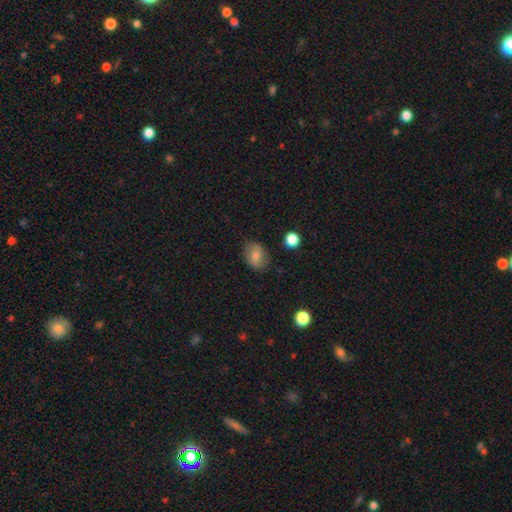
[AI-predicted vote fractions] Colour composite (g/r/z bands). It shows a smooth galaxy with no disk features (73%) that is in between round and cigar-shaped (67%). Merging: none (76%).